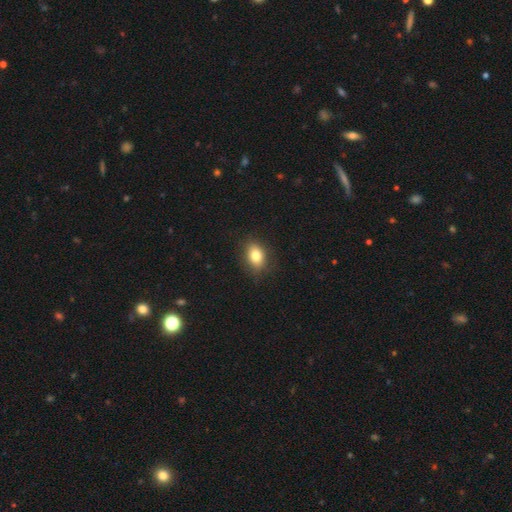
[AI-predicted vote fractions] Overall: smooth (80%). How rounded: in between (78%). Merging: none (84%).